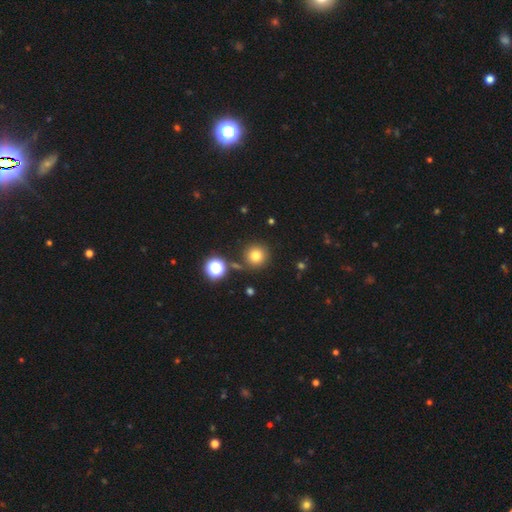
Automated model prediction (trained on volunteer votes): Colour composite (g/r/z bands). It shows a smooth galaxy with no disk features (76%) that is round (95%). Merging: none (83%).